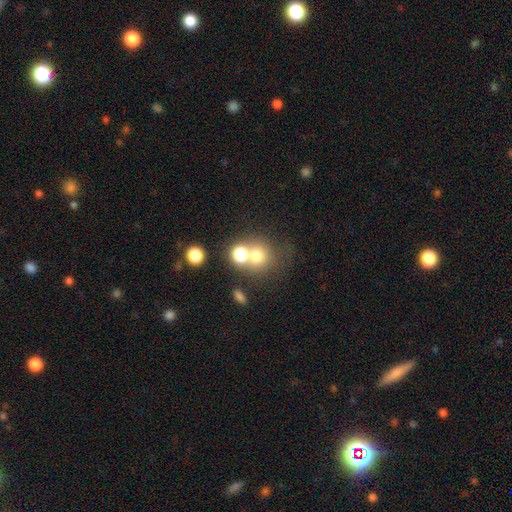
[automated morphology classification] Smooth or featured: smooth — 70% (star or artifact — 17%)
How rounded: round — 84% (in between — 15%)
Merging: none — 47% (merger — 39%)